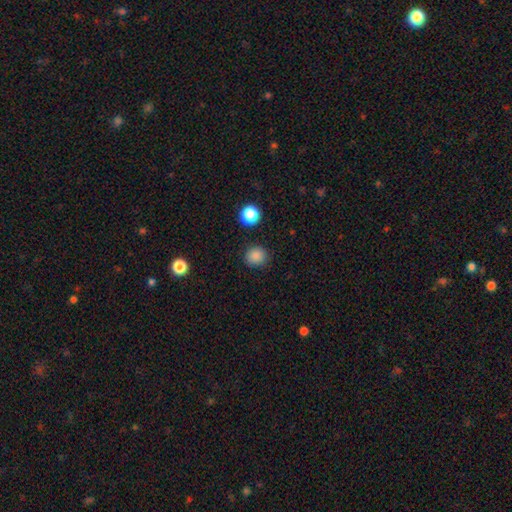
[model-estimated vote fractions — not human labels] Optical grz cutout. It shows a smooth galaxy with no disk features (85%) that is round (87%). Merging: none (89%).